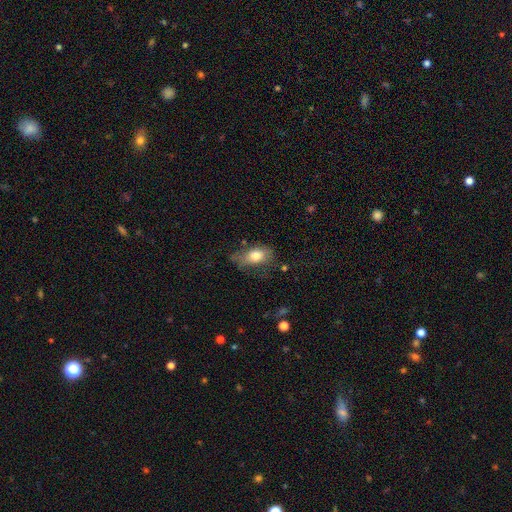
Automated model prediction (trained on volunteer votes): The model was most divided on "merging": none: 51%, minor disturbance: 31%, major disturbance: 15%, merger: 3%. More confident: how rounded — in between (86%); smooth or featured — smooth (75%).